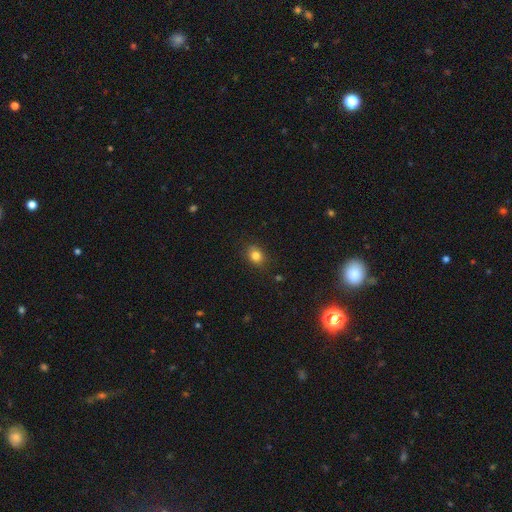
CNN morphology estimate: Smooth or featured? Predicted: smooth (p=0.82). How rounded? Predicted: in between (p=0.51). Merging? Predicted: none (p=0.83).